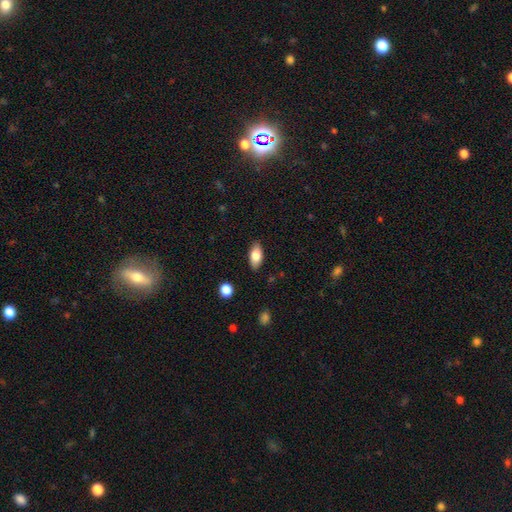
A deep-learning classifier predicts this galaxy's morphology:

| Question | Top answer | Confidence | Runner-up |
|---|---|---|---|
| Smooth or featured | smooth | 81% | featured or disk (11%) |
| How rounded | in between | 89% | cigar-shaped (7%) |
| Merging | none | 86% | minor disturbance (10%) |